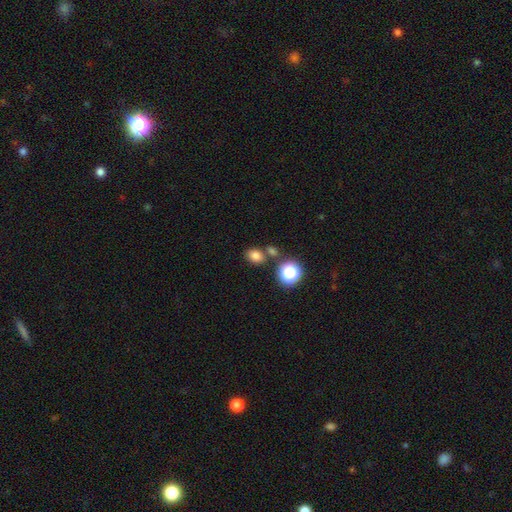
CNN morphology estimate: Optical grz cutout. It shows a smooth galaxy with no disk features (77%) that is in between round and cigar-shaped (60%). Merging: none (67%).